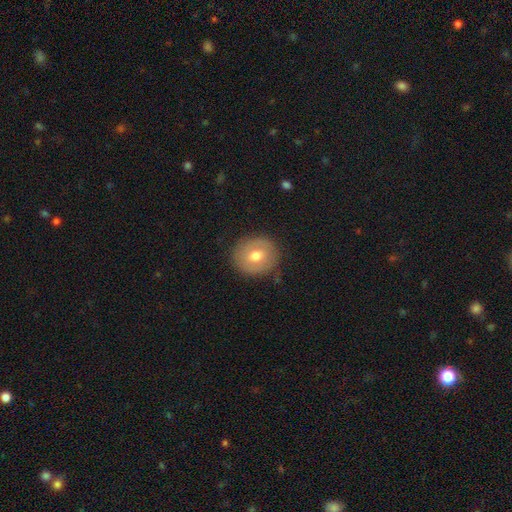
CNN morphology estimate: A smooth galaxy with no disk features (63%) that is round (82%). Merging: none (85%).